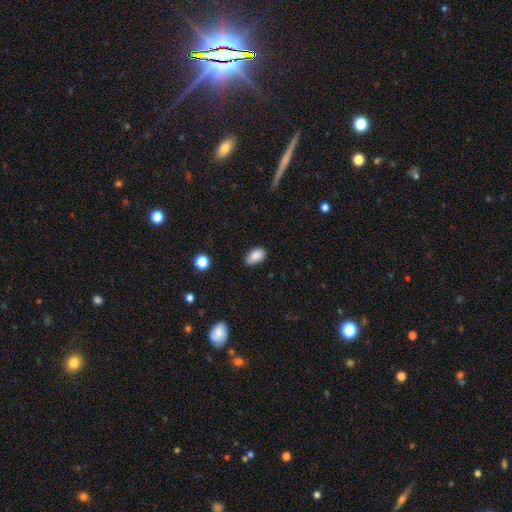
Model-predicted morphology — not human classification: Smooth or featured? smooth (85%)
How rounded? in between (89%)
Merging? none (65%)